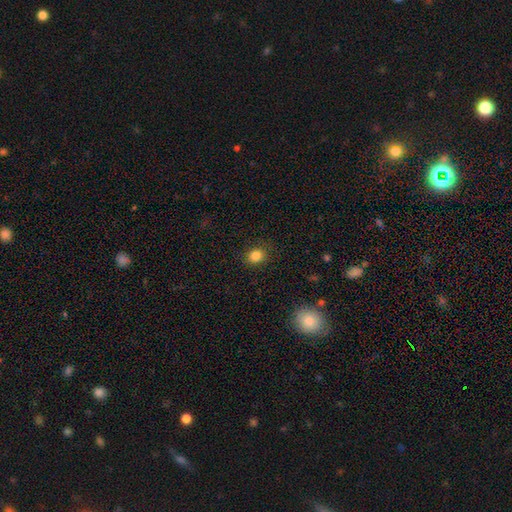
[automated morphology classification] type=smooth (83%); roundness=round (64%); merging=none (86%).